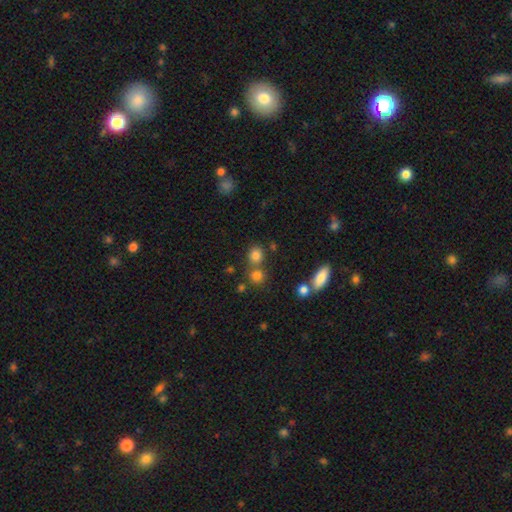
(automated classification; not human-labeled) Q: Smooth or featured?
A: smooth (79%); runner-up: star or artifact (15%)
Q: How rounded?
A: round (77%); runner-up: in between (21%)
Q: Merging?
A: none (63%); runner-up: merger (24%)